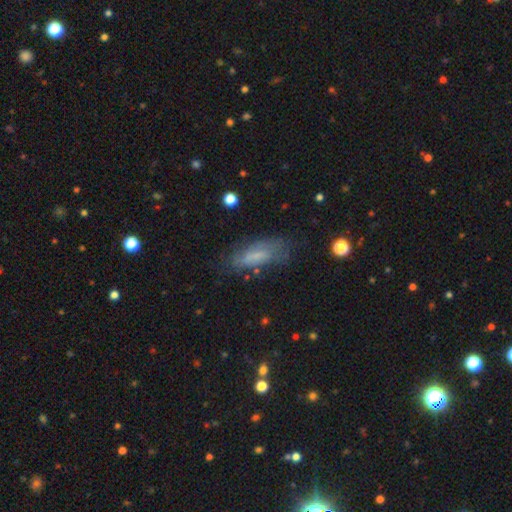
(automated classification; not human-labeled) This is likely a smooth galaxy (61%). How rounded: likely in between (60%). Merging: likely none (63%).